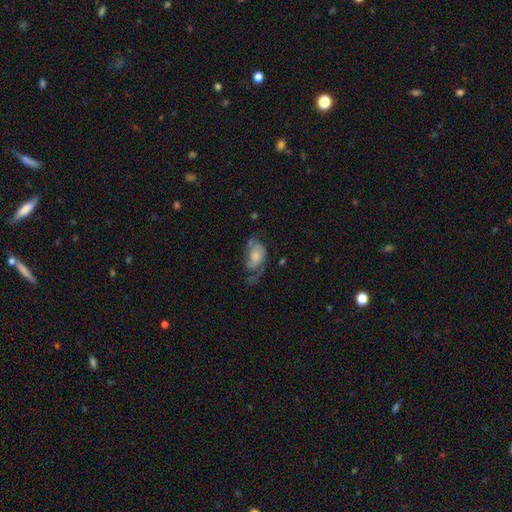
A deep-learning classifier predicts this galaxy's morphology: A featured or disk galaxy (69%) with no bar (72%), 2 (70%) medium (44%) spiral arms (90%) and a moderate central bulge (30%).

Vote fractions:
- Smooth or featured? featured or disk: 69% / smooth: 24% / star or artifact: 7%
- Edge-on disk? no: 96% / yes: 4%
- Bar? no: 72% / weak: 24% / strong: 4%
- Spiral arms? yes: 90% / no: 10%
- Spiral winding? medium: 44% / loose: 32% / tight: 24%
- Spiral arm count? 2: 70% / can't tell: 11% / 1: 10% / 3: 5% / 4: 2% / more than 4: 2%
- Bulge size? moderate: 30% / small: 25% / large: 24% / none: 17% / dominant: 4%
- Merging? none: 45% / major disturbance: 29% / minor disturbance: 24% / merger: 3%